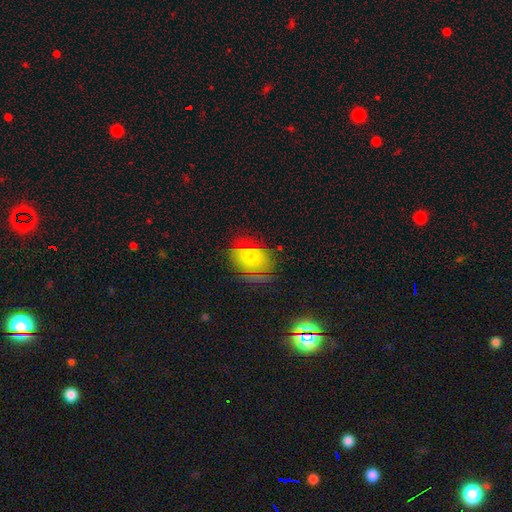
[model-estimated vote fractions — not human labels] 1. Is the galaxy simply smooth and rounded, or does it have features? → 61% smooth, 23% featured or disk, 16% star or artifact.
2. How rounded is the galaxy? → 69% in between, 29% round, 2% cigar-shaped.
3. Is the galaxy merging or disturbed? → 64% none, 24% minor disturbance, 9% major disturbance, 3% merger.